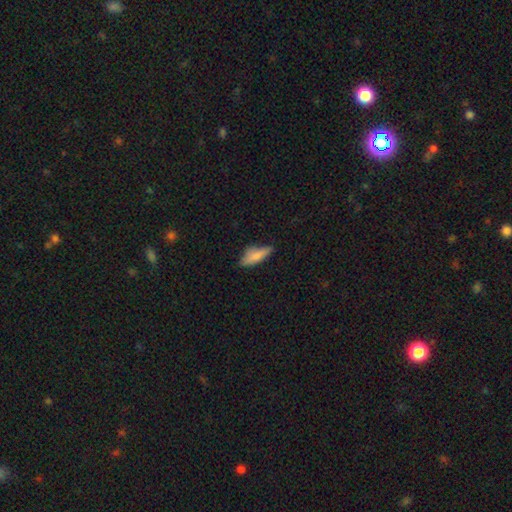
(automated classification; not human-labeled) This appears to be a smooth galaxy with no disk features (75%) that is in between round and cigar-shaped (54%). Merging: none (59%).